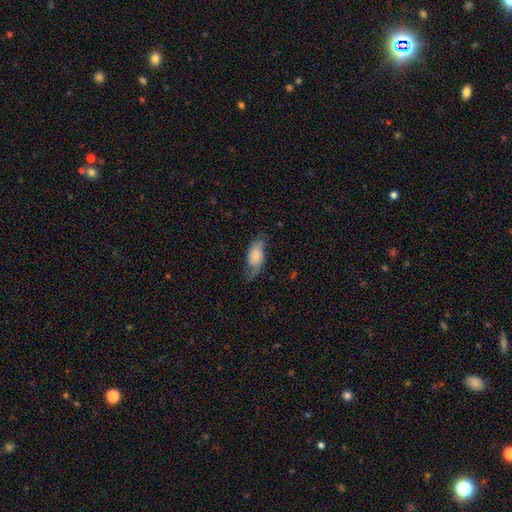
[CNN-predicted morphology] smooth_or_featured: smooth (p=0.60) [alt: featured or disk p=0.33]
how_rounded: in between (p=0.91) [alt: cigar-shaped p=0.05]
merging: none (p=0.46) [alt: minor disturbance p=0.32]